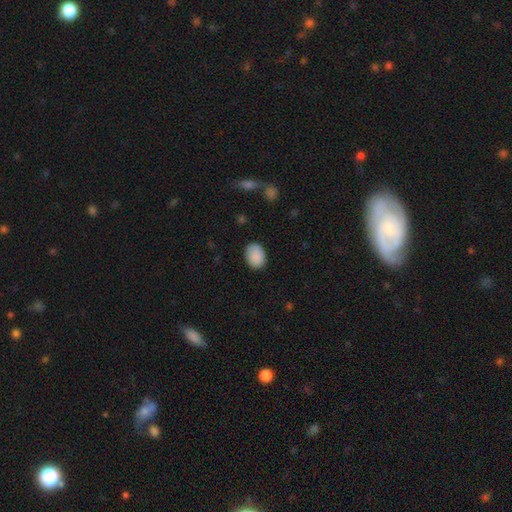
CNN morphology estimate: This appears to be a smooth galaxy with no disk features (90%) that is in between round and cigar-shaped (72%). Merging: none (84%).